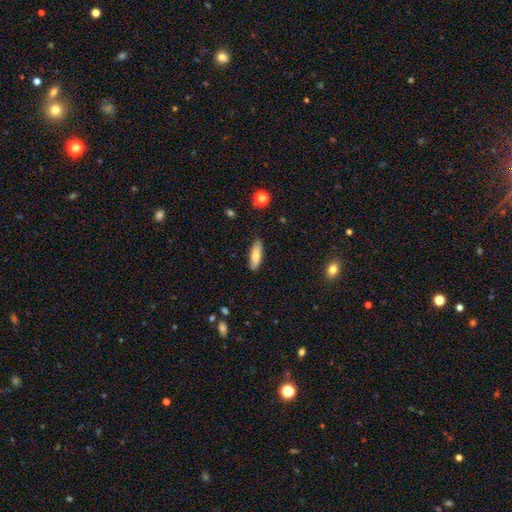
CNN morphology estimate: type=smooth (76%); roundness=in between (55%); merging=none (86%).